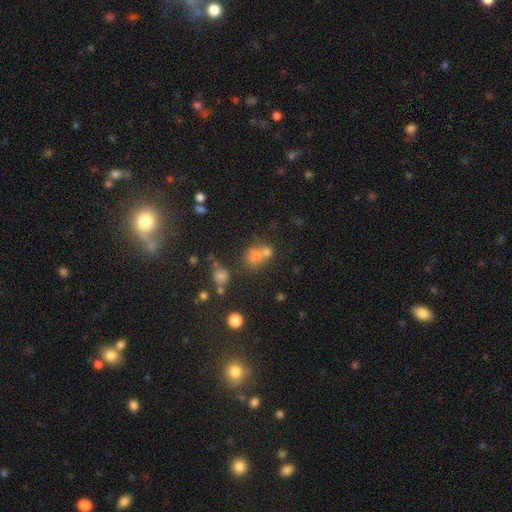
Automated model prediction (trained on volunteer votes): Smooth or featured? Predicted: smooth (p=0.57). How rounded? Predicted: round (p=0.58). Merging? Predicted: merger (p=0.48).